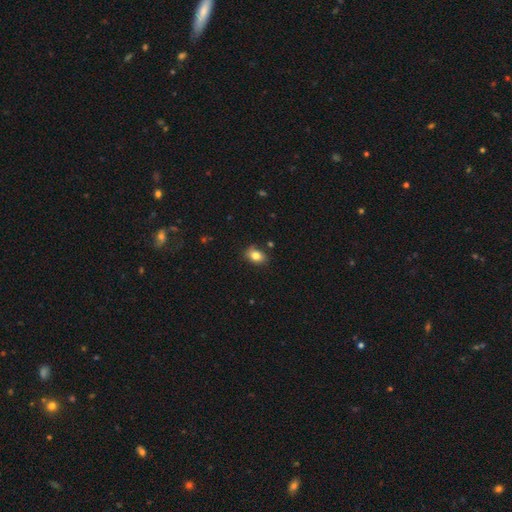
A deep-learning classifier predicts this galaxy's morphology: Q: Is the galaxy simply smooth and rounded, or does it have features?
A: smooth — 82%.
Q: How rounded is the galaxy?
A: in between — 74%.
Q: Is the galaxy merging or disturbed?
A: none — 81%.